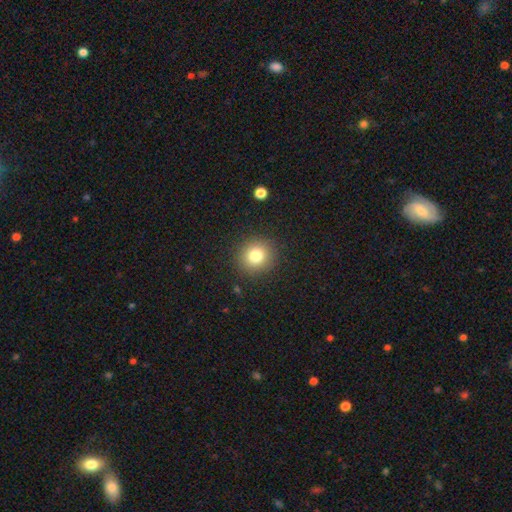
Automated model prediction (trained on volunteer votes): This appears to be a smooth galaxy with no disk features (80%) that is round (88%). Merging: none (89%).